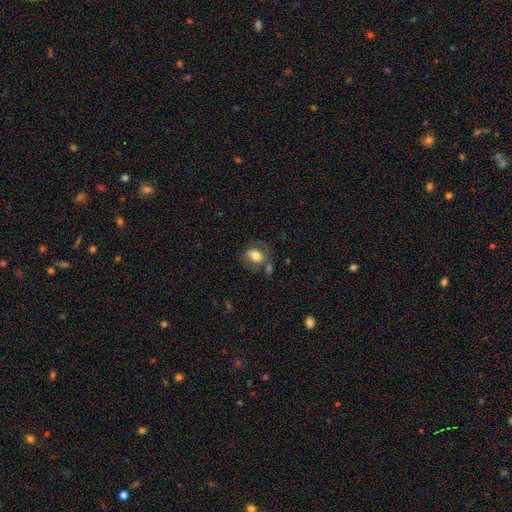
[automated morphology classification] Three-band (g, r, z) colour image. It shows a smooth galaxy with no disk features (67%) that is in between round and cigar-shaped (68%). Merging: none (53%).